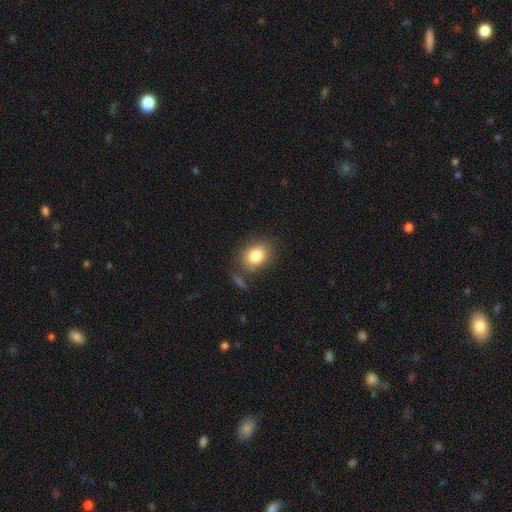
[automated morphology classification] Smooth or featured: smooth — 82% (star or artifact — 9%)
How rounded: in between — 53% (round — 45%)
Merging: none — 76% (minor disturbance — 14%)